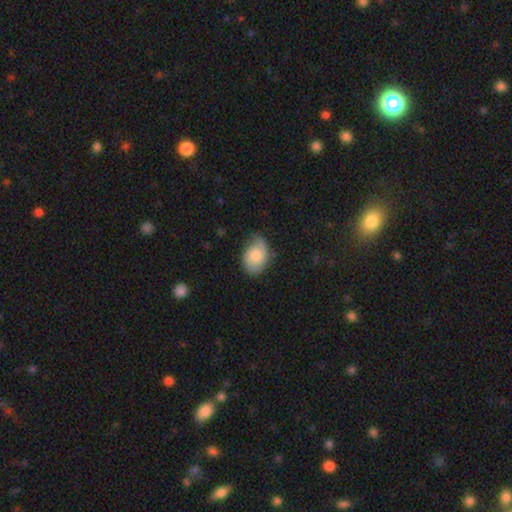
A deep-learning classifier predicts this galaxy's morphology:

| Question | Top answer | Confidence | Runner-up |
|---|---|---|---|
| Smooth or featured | smooth | 60% | featured or disk (33%) |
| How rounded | in between | 79% | round (20%) |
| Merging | none | 57% | minor disturbance (32%) |